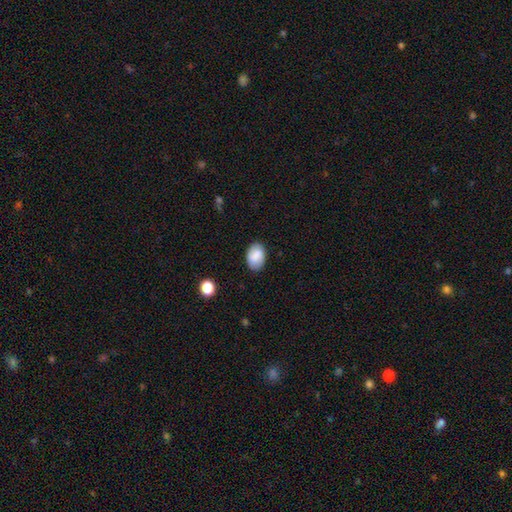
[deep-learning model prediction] A smooth galaxy with no disk features (86%) that is in between round and cigar-shaped (87%).

Vote fractions:
- Smooth or featured? smooth: 86% / featured or disk: 7% / star or artifact: 7%
- How rounded? in between: 87% / round: 12% / cigar-shaped: 1%
- Merging? none: 84% / minor disturbance: 12% / major disturbance: 3% / merger: 1%